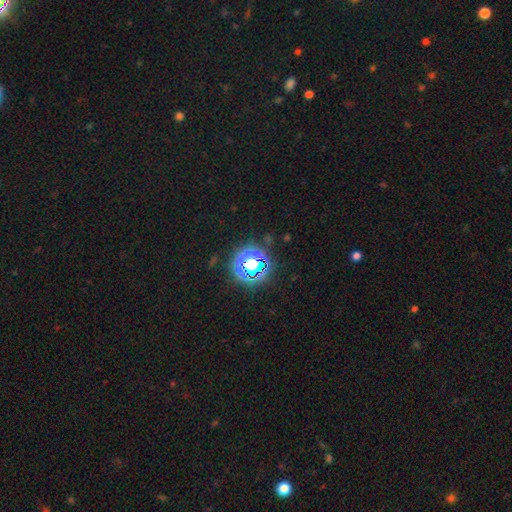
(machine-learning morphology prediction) Smooth or featured? star or artifact (72%)